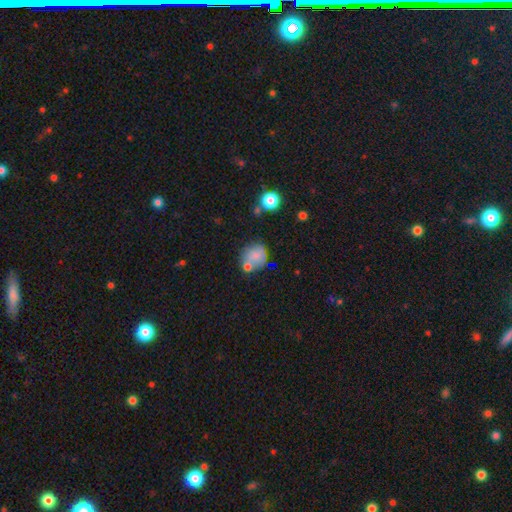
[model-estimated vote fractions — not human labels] Smooth or featured?
  - smooth: 73% *
  - featured or disk: 15%
  - star or artifact: 12%
How rounded?
  - round: 69% *
  - in between: 30%
  - cigar-shaped: 1%
Merging?
  - none: 53% *
  - merger: 20%
  - minor disturbance: 19%
  - major disturbance: 8%